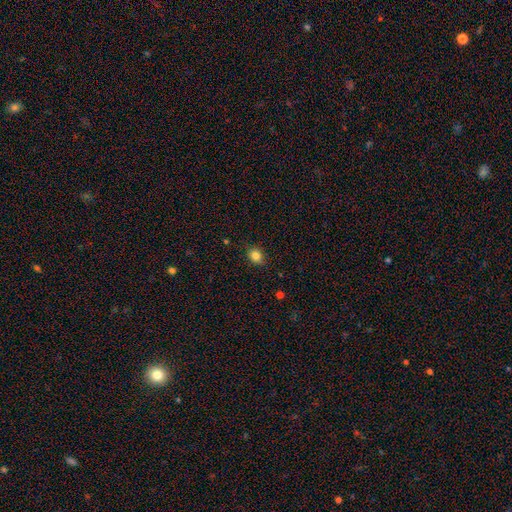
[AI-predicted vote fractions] A smooth galaxy with no disk features (82%) that is round (67%).

Vote fractions:
- Smooth or featured? smooth: 82% / star or artifact: 12% / featured or disk: 6%
- How rounded? round: 67% / in between: 32% / cigar-shaped: 1%
- Merging? none: 86% / minor disturbance: 11% / major disturbance: 2% / merger: 1%